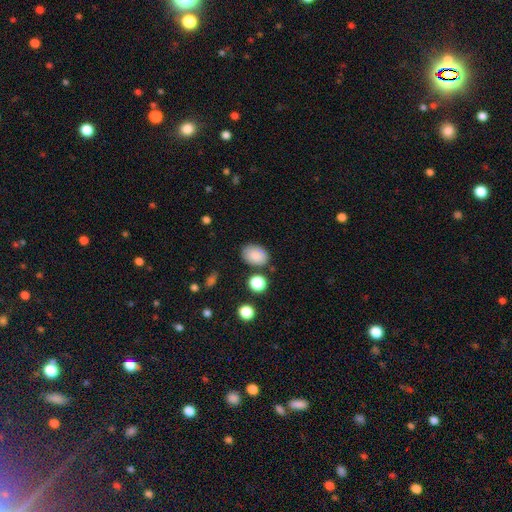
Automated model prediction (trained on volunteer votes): Smooth or featured: smooth — 84% (star or artifact — 8%)
How rounded: in between — 83% (round — 16%)
Merging: none — 77% (minor disturbance — 14%)